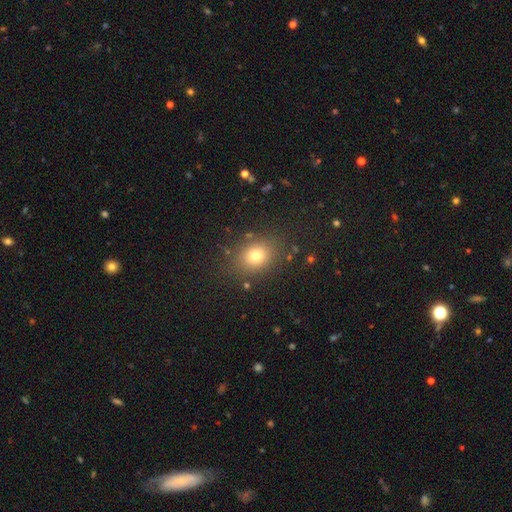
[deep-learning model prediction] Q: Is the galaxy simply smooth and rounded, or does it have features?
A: smooth — 78%.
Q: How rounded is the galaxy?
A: in between — 55%.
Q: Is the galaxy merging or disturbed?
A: none — 83%.